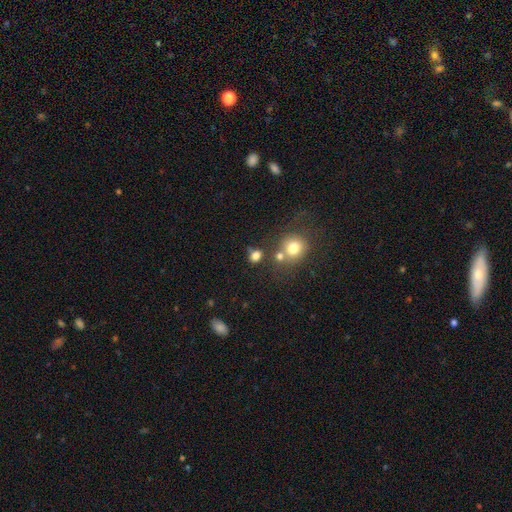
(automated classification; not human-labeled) A smooth galaxy with no disk features (78%) that is round (66%).

Vote fractions:
- Smooth or featured? smooth: 78% / star or artifact: 15% / featured or disk: 7%
- How rounded? round: 66% / in between: 32% / cigar-shaped: 1%
- Merging? none: 62% / merger: 19% / minor disturbance: 12% / major disturbance: 6%